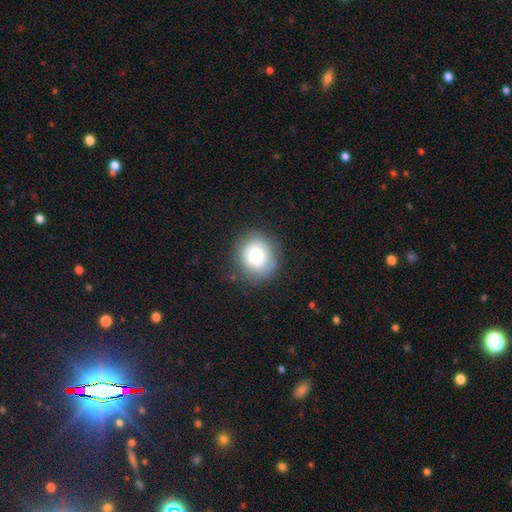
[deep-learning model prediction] Smooth or featured?
  - smooth: 73% *
  - featured or disk: 18%
  - star or artifact: 10%
How rounded?
  - round: 85% *
  - in between: 14%
  - cigar-shaped: 1%
Merging?
  - none: 77% *
  - minor disturbance: 15%
  - major disturbance: 6%
  - merger: 1%